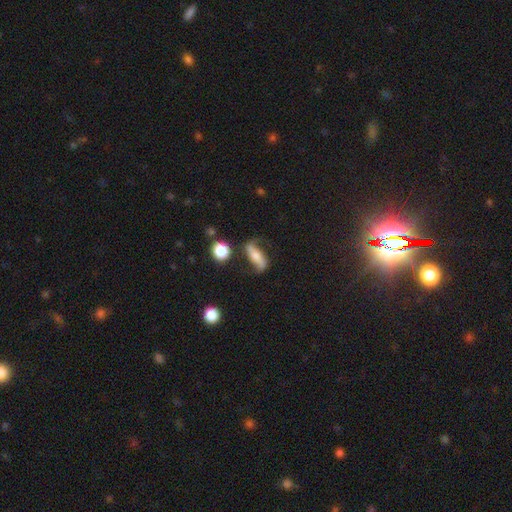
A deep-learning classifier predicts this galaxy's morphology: This appears to be a featured or disk galaxy (61%) with a strong bar (42%), spiral arms (88%) and a small central bulge (40%). Merging: none (63%).